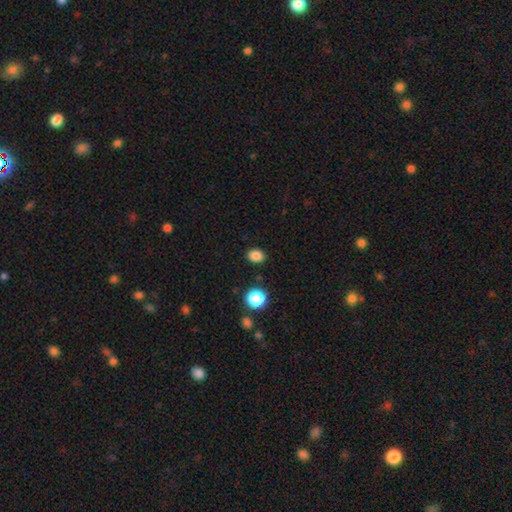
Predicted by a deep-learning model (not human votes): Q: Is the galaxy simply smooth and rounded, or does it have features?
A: smooth — 84%.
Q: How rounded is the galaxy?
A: in between — 52%.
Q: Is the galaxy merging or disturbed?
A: none — 88%.